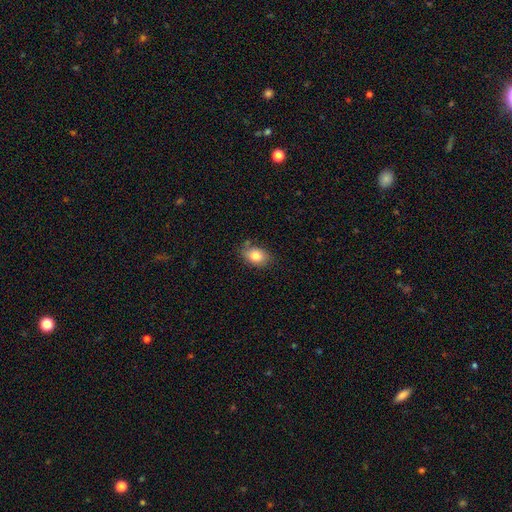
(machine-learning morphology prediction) This appears to be a smooth galaxy with no disk features (81%) that is in between round and cigar-shaped (75%). Merging: none (74%).